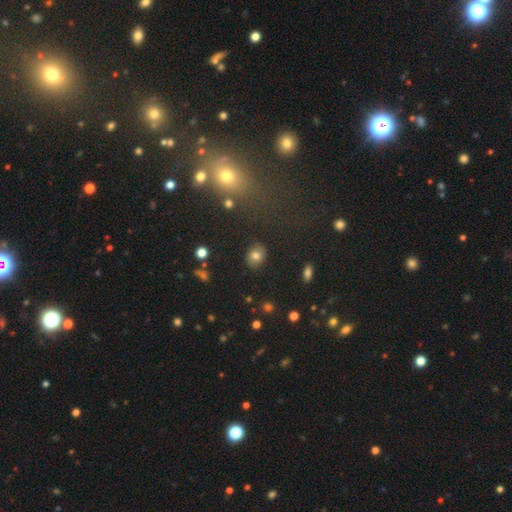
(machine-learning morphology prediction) Smooth or featured?
  - smooth: 75% *
  - featured or disk: 13%
  - star or artifact: 11%
How rounded?
  - round: 51% *
  - in between: 48%
  - cigar-shaped: 1%
Merging?
  - none: 85% *
  - minor disturbance: 10%
  - major disturbance: 3%
  - merger: 2%